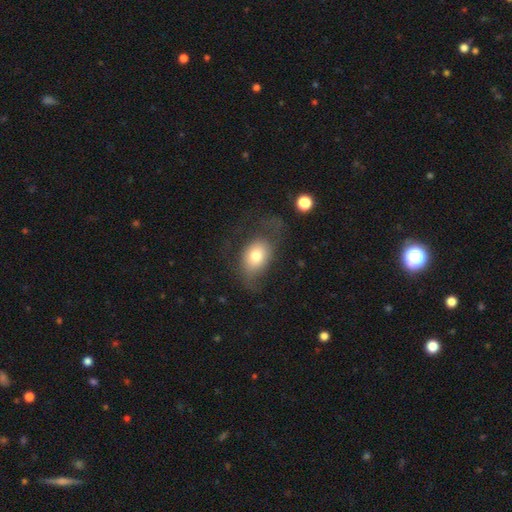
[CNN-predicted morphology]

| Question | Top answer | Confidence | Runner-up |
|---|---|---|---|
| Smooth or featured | smooth | 69% | featured or disk (23%) |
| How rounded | in between | 74% | round (24%) |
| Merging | none | 41% | major disturbance (35%) |